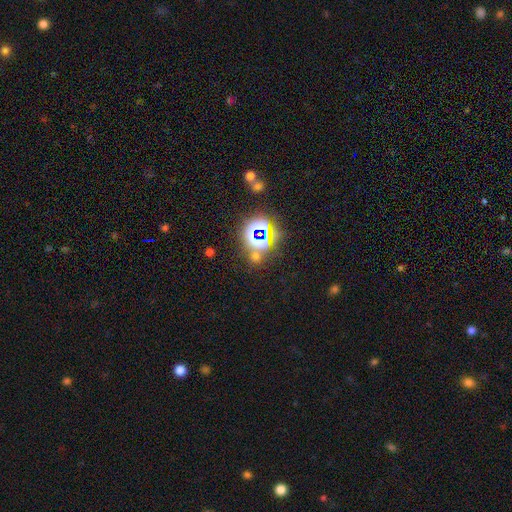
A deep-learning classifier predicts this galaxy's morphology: A star or artifact, not a galaxy (65%).

Vote fractions:
- Smooth or featured? star or artifact: 65% / smooth: 27% / featured or disk: 8%